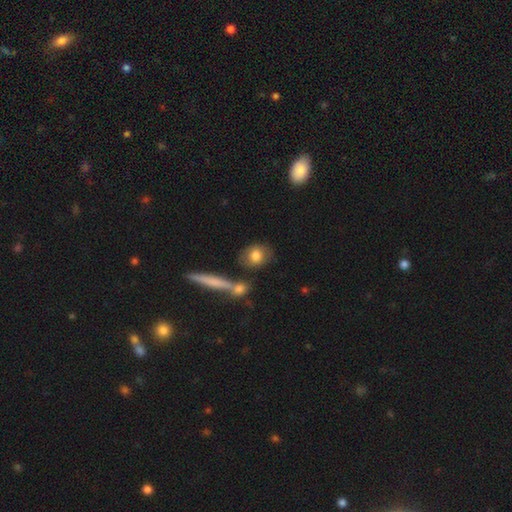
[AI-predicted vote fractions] smooth_or_featured: smooth (p=0.77) [alt: featured or disk p=0.16]
how_rounded: round (p=0.53) [alt: in between p=0.41]
merging: none (p=0.71) [alt: minor disturbance p=0.13]